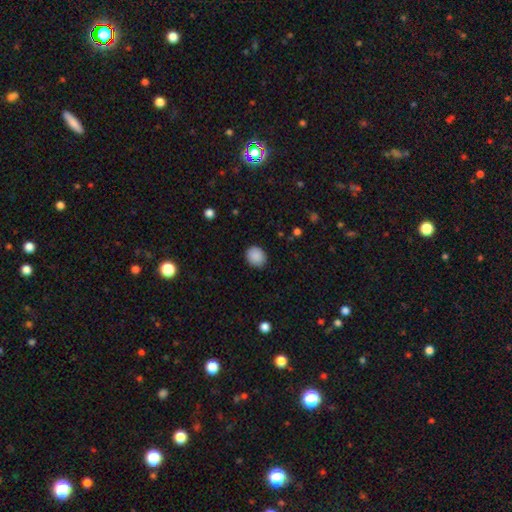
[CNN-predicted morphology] Overall: smooth (89%). How rounded: round (71%). Merging: none (86%).